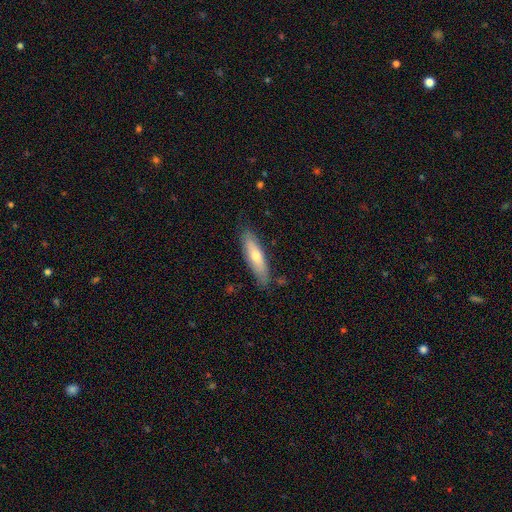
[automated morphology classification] A smooth galaxy with no disk features (63%) that is cigar-shaped (66%).

Vote fractions:
- Smooth or featured? smooth: 63% / featured or disk: 32% / star or artifact: 6%
- How rounded? cigar-shaped: 66% / in between: 32% / round: 2%
- Merging? none: 81% / minor disturbance: 15% / major disturbance: 3% / merger: 2%